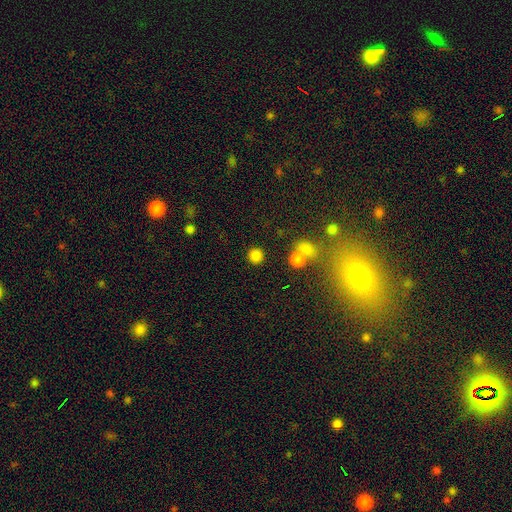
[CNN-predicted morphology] Smooth or featured? smooth (83%)
How rounded? round (92%)
Merging? none (84%)